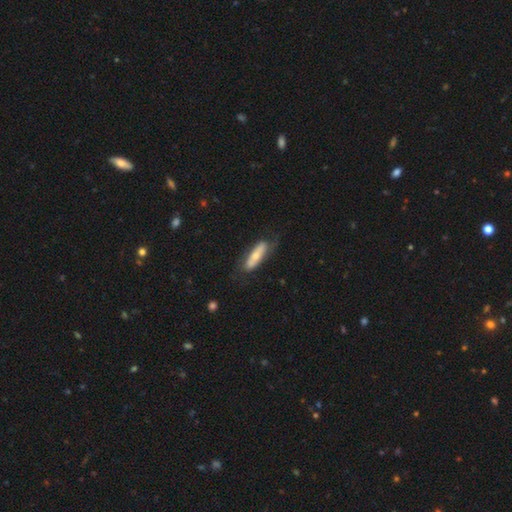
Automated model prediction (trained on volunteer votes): Smooth or featured? smooth (55%)
How rounded? cigar-shaped (59%)
Merging? none (66%)